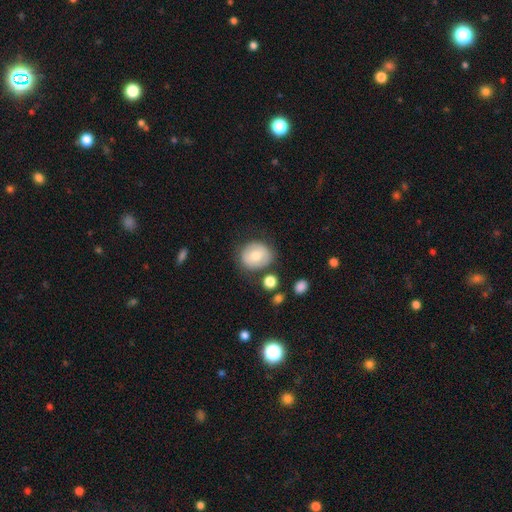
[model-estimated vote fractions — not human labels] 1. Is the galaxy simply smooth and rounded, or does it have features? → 70% smooth, 22% featured or disk, 8% star or artifact.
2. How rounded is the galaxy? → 74% round, 25% in between, 1% cigar-shaped.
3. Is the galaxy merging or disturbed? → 75% none, 15% minor disturbance, 5% merger, 5% major disturbance.